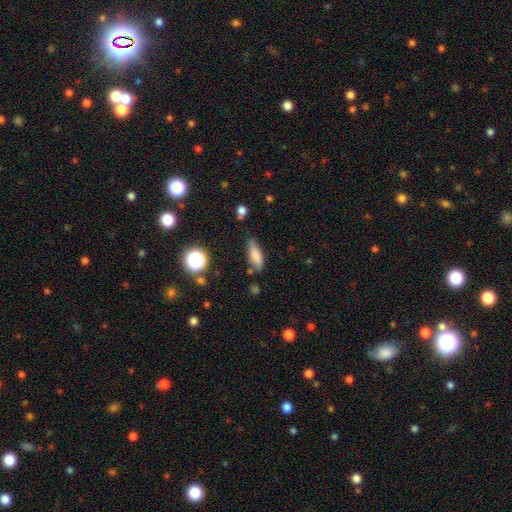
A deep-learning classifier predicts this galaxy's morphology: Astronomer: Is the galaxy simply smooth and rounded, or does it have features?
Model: smooth — 77%.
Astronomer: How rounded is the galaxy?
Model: in between — 57% (runner-up: cigar-shaped, 39%).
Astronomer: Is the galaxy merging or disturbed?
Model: none — 71%.